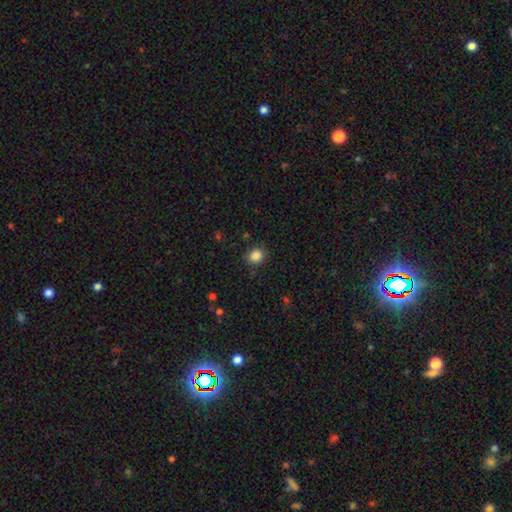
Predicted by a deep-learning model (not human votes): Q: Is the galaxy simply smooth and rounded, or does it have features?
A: smooth — 86%.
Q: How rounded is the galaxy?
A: round — 82%.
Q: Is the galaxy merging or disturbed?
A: none — 85%.